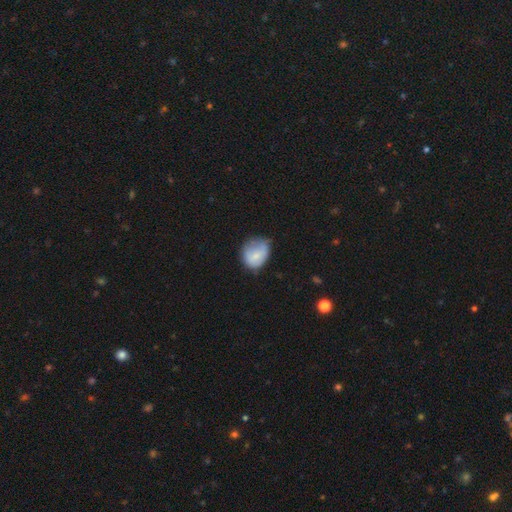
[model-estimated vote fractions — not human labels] smooth-or-featured: smooth: 73% | featured or disk: 20% | star or artifact: 8%
  how-rounded: round: 56% | in between: 43% | cigar-shaped: 1%
  merging: minor disturbance: 42% | none: 40% | major disturbance: 16% | merger: 2%